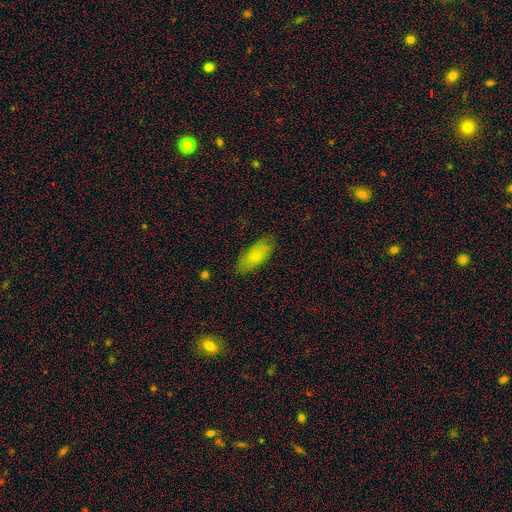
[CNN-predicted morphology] smooth-or-featured: smooth: 77% | featured or disk: 16% | star or artifact: 6%
  how-rounded: in between: 82% | cigar-shaped: 15% | round: 2%
  merging: none: 79% | minor disturbance: 16% | major disturbance: 3% | merger: 1%